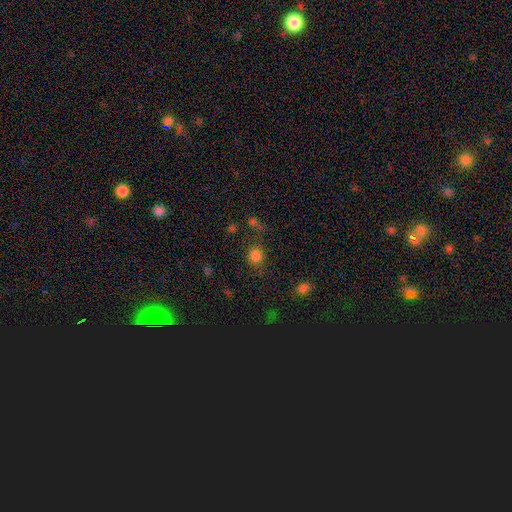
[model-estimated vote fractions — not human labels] Smooth or featured?
  - smooth: 80% *
  - star or artifact: 14%
  - featured or disk: 5%
How rounded?
  - round: 84% *
  - in between: 15%
  - cigar-shaped: 1%
Merging?
  - none: 73% *
  - minor disturbance: 13%
  - major disturbance: 7%
  - merger: 6%